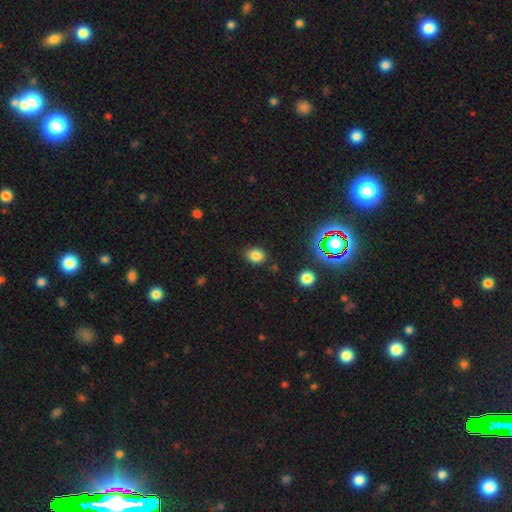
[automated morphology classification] The model was most divided on "how rounded": in between: 55%, round: 44%, cigar-shaped: 1%. More confident: merging — none (81%); smooth or featured — smooth (79%).